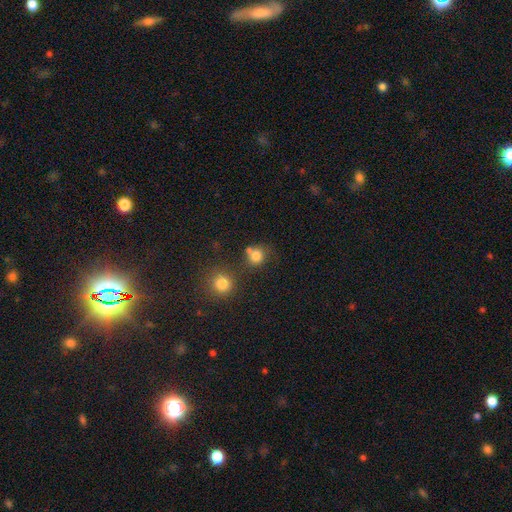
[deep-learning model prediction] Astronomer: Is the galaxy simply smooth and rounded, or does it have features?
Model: smooth — 79%.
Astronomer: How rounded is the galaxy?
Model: round — 82%.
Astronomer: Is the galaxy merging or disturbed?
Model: none — 54%.